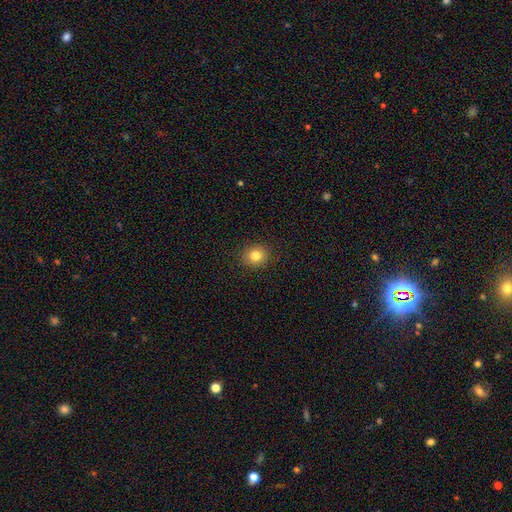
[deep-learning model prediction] This is clearly a smooth galaxy (82%). How rounded: clearly round (80%). Merging: clearly none (90%).